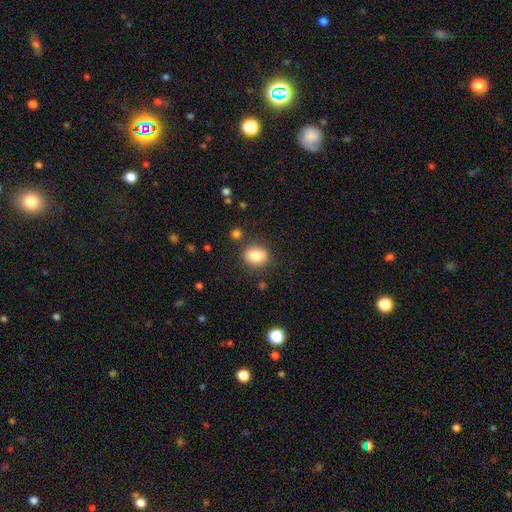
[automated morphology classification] Overall: smooth (82%). How rounded: round (68%; in between 31%). Merging: none (84%).